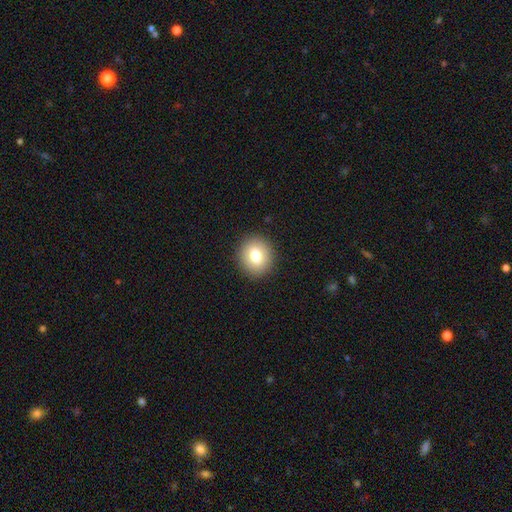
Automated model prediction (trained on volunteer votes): Morphology: type=smooth (77%); roundness=round (77%); merging=none (91%).